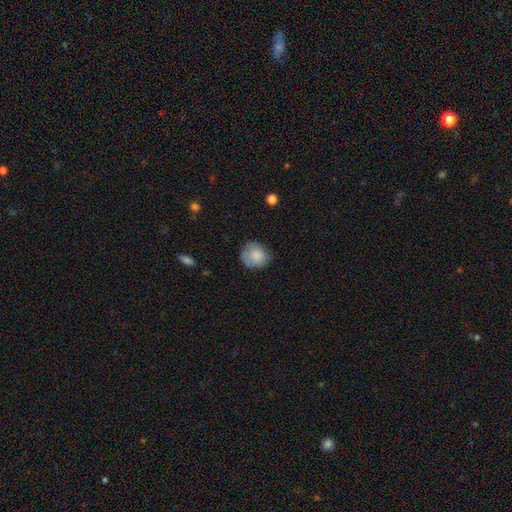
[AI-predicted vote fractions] Morphology: type=smooth (77%); roundness=round (85%); merging=none (68%).